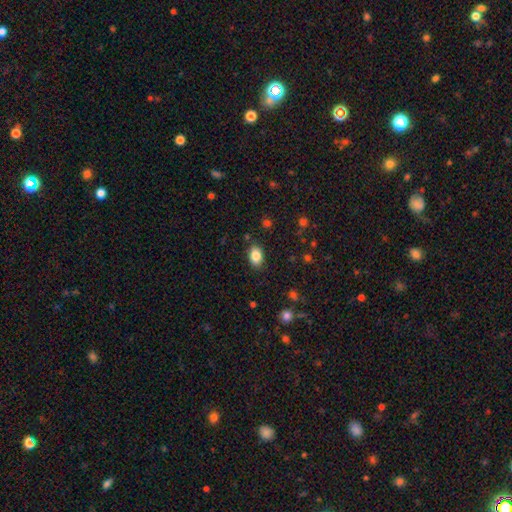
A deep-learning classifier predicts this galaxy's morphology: Q: Smooth or featured?
A: smooth (85%); runner-up: star or artifact (9%)
Q: How rounded?
A: in between (83%); runner-up: round (16%)
Q: Merging?
A: none (86%); runner-up: minor disturbance (10%)